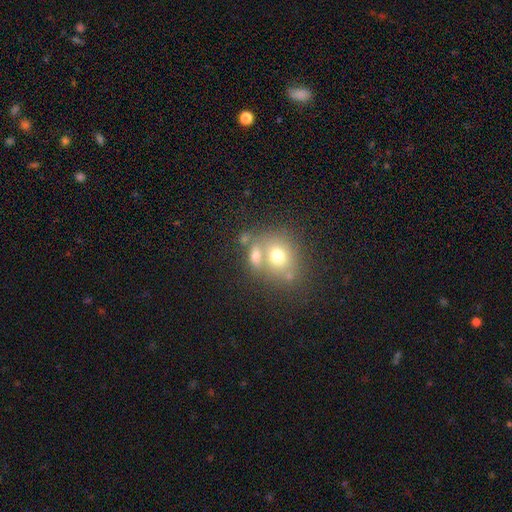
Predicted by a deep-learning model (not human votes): A smooth galaxy with no disk features (68%) that is in between round and cigar-shaped (56%).

Vote fractions:
- Smooth or featured? smooth: 68% / featured or disk: 19% / star or artifact: 13%
- How rounded? in between: 56% / round: 41% / cigar-shaped: 3%
- Merging? merger: 43% / none: 40% / minor disturbance: 11% / major disturbance: 6%